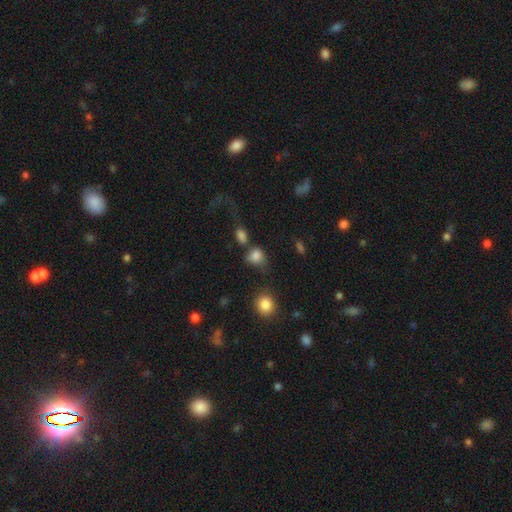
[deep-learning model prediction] Smooth or featured?
  - smooth: 81% *
  - star or artifact: 11%
  - featured or disk: 9%
How rounded?
  - round: 58% *
  - in between: 41%
  - cigar-shaped: 2%
Merging?
  - none: 36% *
  - merger: 26%
  - minor disturbance: 19%
  - major disturbance: 18%